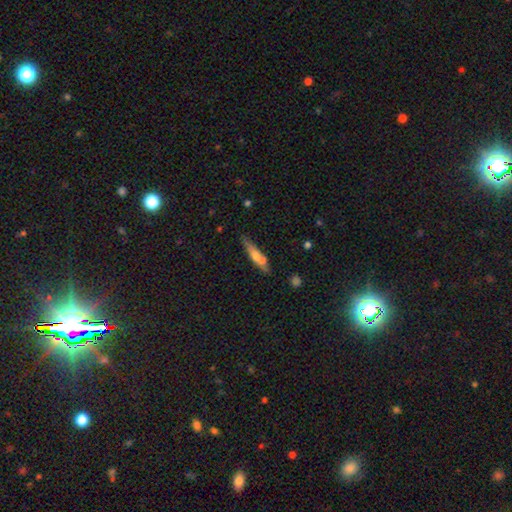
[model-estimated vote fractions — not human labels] smooth 51%, featured or disk 42%, star or artifact 7%. Down the decision tree: how rounded — cigar-shaped (82%); merging — none (61%).